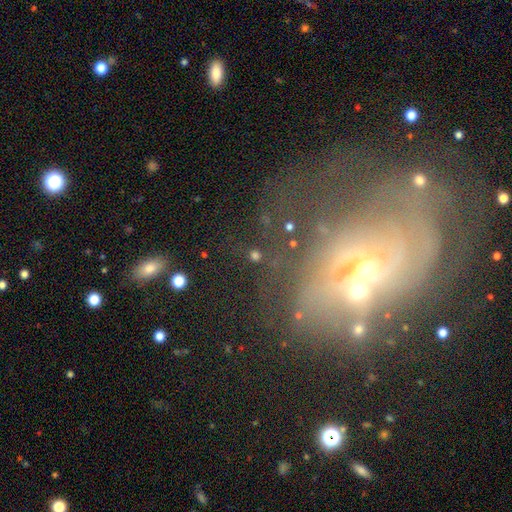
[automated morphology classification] featured or disk 37%, smooth 35%, star or artifact 28%. Down the decision tree: merging — none (60%).